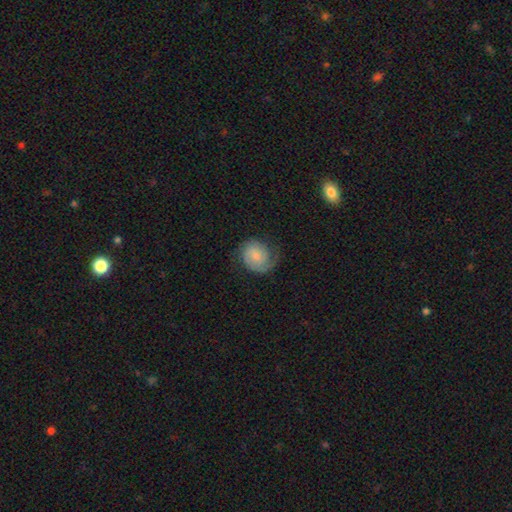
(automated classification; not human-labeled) The model was most divided on "spiral winding": tight: 51%, medium: 34%, loose: 15%. Remaining: edge-on disk — no (98%); spiral arms — yes (92%); bar — no (67%); merging — none (64%); bulge size — small (63%); smooth or featured — featured or disk (60%); spiral arm count — 2 (48%).